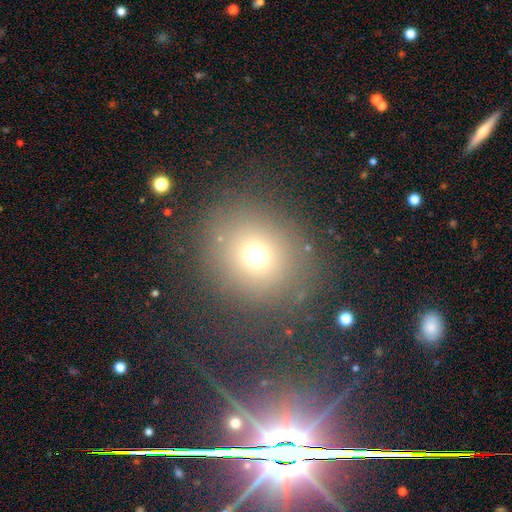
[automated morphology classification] smooth-or-featured: smooth: 69% | star or artifact: 20% | featured or disk: 11%
  how-rounded: round: 82% | in between: 17% | cigar-shaped: 1%
  merging: none: 78% | minor disturbance: 10% | major disturbance: 8% | merger: 3%